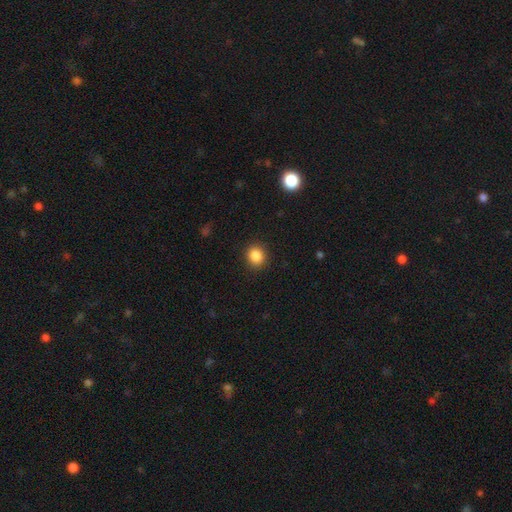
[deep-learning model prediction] A smooth galaxy with no disk features (86%) that is round (82%).

Vote fractions:
- Smooth or featured? smooth: 86% / star or artifact: 10% / featured or disk: 4%
- How rounded? round: 82% / in between: 17% / cigar-shaped: 1%
- Merging? none: 90% / minor disturbance: 7% / major disturbance: 2% / merger: 1%